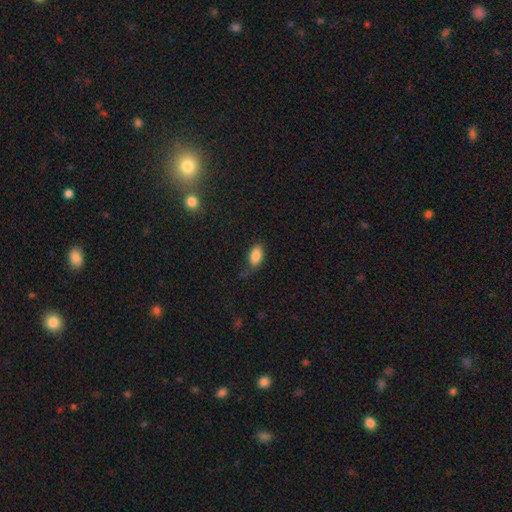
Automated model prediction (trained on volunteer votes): Overall: smooth (85%). How rounded: in between (92%). Merging: none (68%).